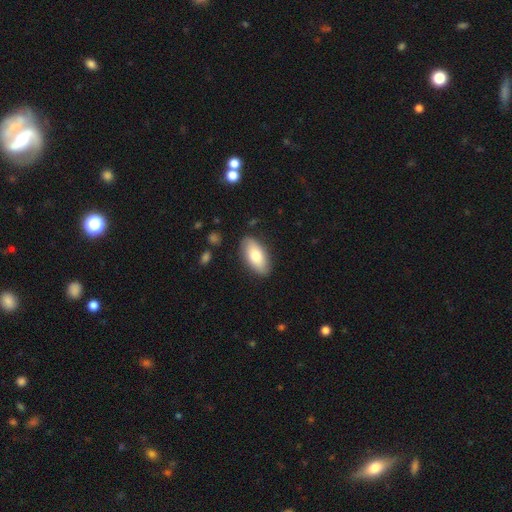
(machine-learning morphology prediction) Smooth or featured?
  - smooth: 75% *
  - featured or disk: 19%
  - star or artifact: 6%
How rounded?
  - in between: 91% *
  - cigar-shaped: 6%
  - round: 3%
Merging?
  - none: 86% *
  - minor disturbance: 10%
  - major disturbance: 2%
  - merger: 1%